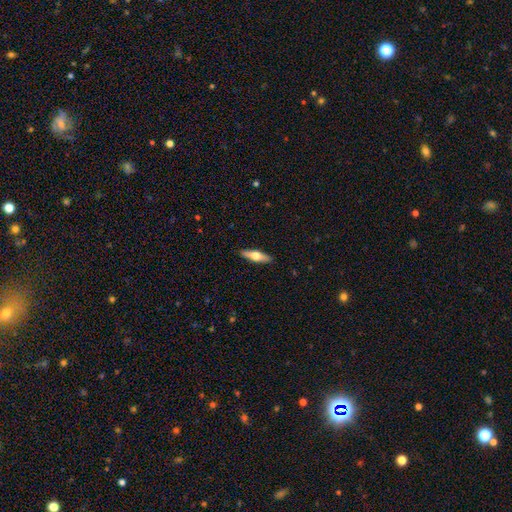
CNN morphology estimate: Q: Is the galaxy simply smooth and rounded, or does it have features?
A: featured or disk — 48%.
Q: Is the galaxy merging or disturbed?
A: none — 90%.